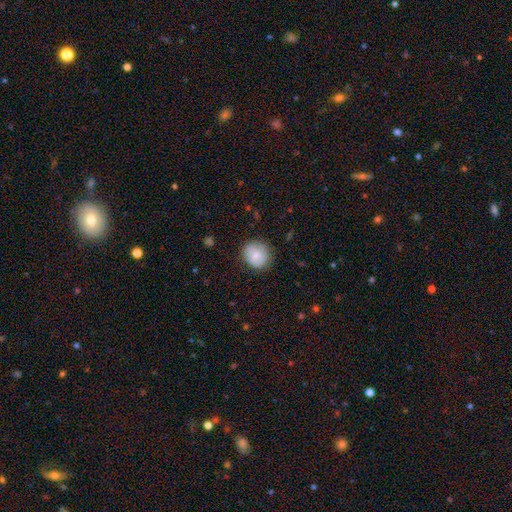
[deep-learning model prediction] smooth_or_featured: smooth (p=0.72) [alt: featured or disk p=0.20]
how_rounded: round (p=0.80) [alt: in between p=0.19]
merging: none (p=0.79) [alt: minor disturbance p=0.16]